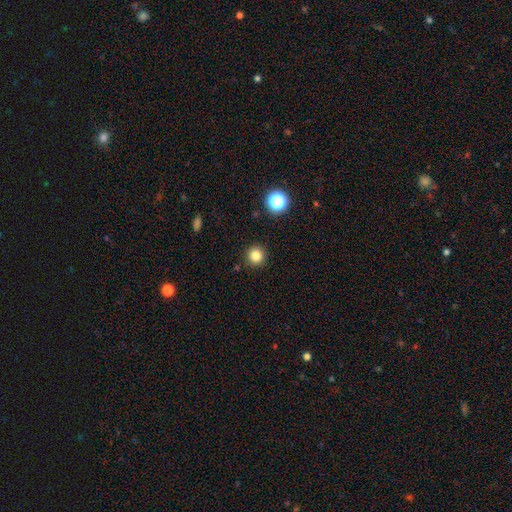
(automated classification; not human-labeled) This is clearly a smooth galaxy (82%). How rounded: clearly round (95%). Merging: clearly none (92%).